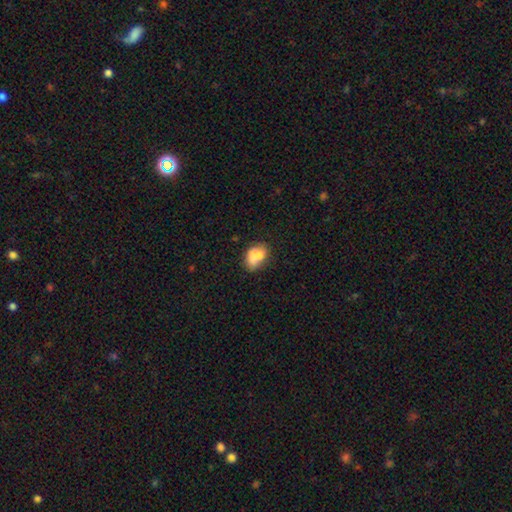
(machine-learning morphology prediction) The model was most divided on "merging": none: 43%, merger: 25%, minor disturbance: 24%, major disturbance: 8%. More confident: how rounded — in between (81%); smooth or featured — smooth (76%).